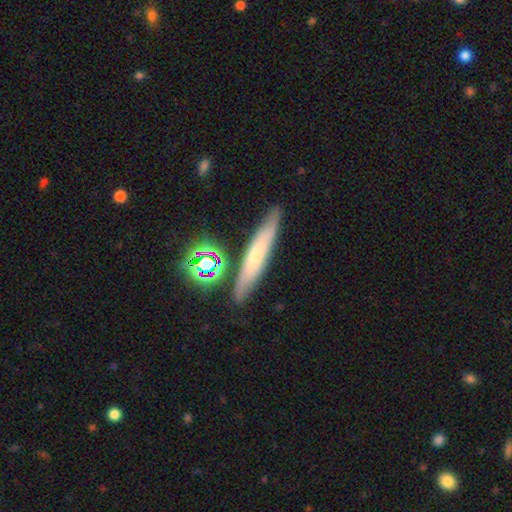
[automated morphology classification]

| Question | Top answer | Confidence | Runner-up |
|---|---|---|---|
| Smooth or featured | smooth | 48% | featured or disk (38%) |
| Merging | none | 79% | minor disturbance (12%) |